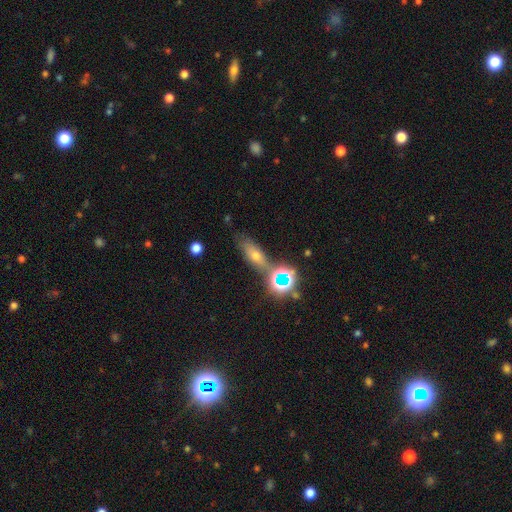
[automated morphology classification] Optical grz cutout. It shows a smooth galaxy with no disk features (43%). Merging: none (65%).